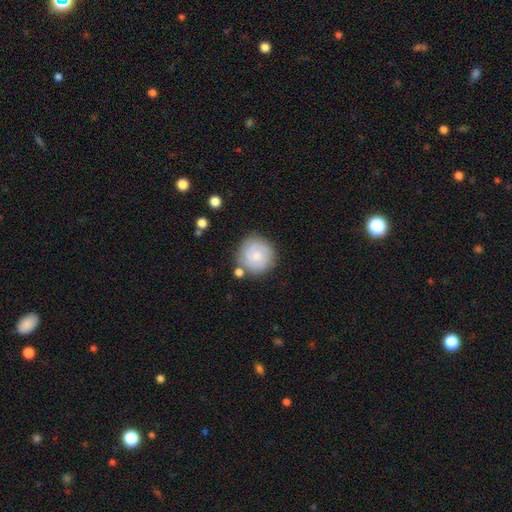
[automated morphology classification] A smooth galaxy with no disk features (61%) that is round (93%).

Vote fractions:
- Smooth or featured? smooth: 61% / featured or disk: 32% / star or artifact: 7%
- How rounded? round: 93% / in between: 6% / cigar-shaped: 1%
- Merging? none: 76% / minor disturbance: 14% / merger: 6% / major disturbance: 4%